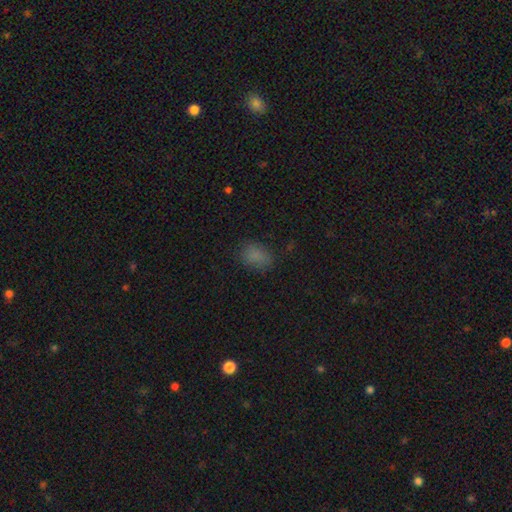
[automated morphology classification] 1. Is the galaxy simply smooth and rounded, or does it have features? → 80% smooth, 14% star or artifact, 6% featured or disk.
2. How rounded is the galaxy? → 72% in between, 26% round, 2% cigar-shaped.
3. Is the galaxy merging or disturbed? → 74% none, 19% minor disturbance, 6% major disturbance, 2% merger.